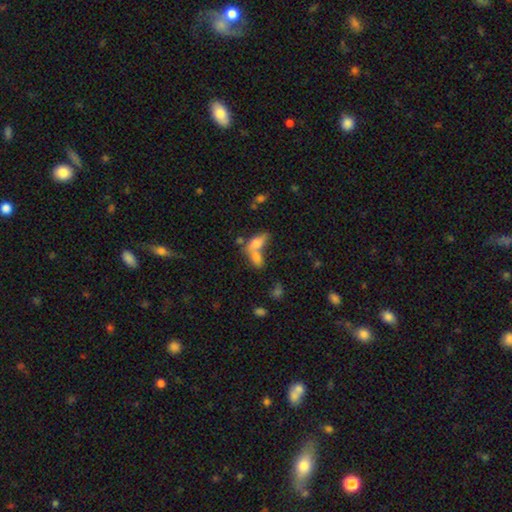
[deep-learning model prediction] Q: Smooth or featured?
A: smooth (63%); runner-up: featured or disk (24%)
Q: How rounded?
A: in between (74%); runner-up: cigar-shaped (15%)
Q: Merging?
A: merger (58%); runner-up: none (28%)